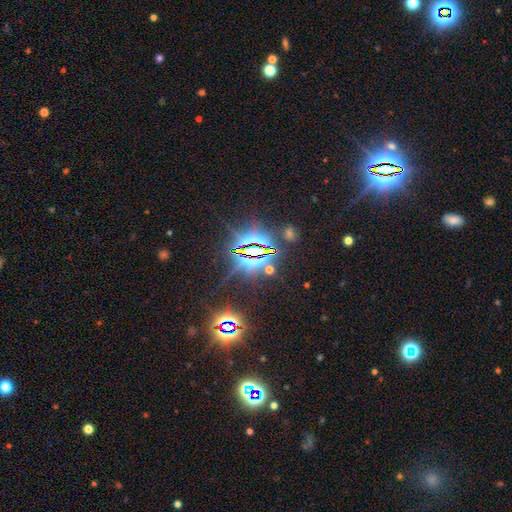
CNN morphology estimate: star or artifact 84%, smooth 8%, featured or disk 8%.